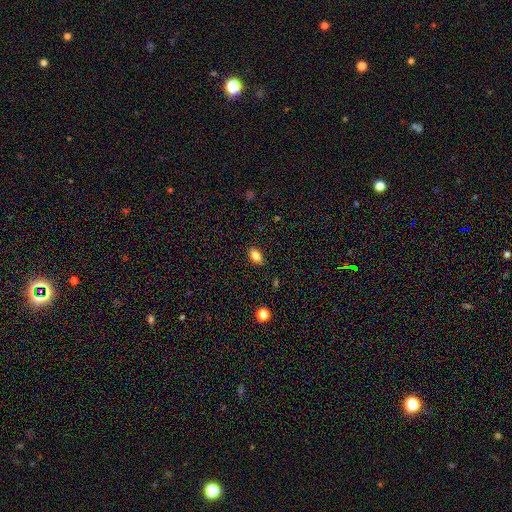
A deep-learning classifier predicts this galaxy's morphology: smooth-or-featured: smooth: 83% | star or artifact: 9% | featured or disk: 8%
  how-rounded: in between: 88% | round: 9% | cigar-shaped: 3%
  merging: none: 86% | minor disturbance: 10% | major disturbance: 2% | merger: 1%